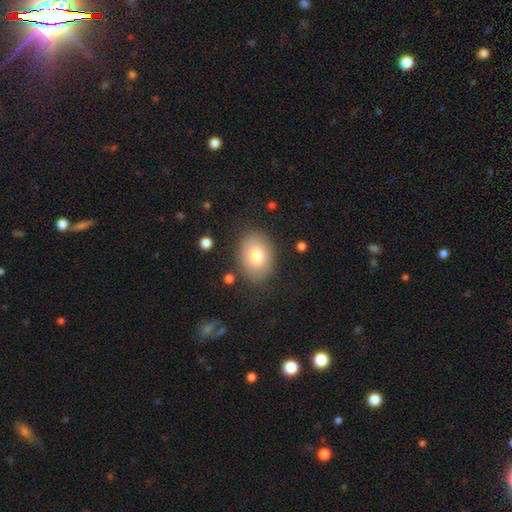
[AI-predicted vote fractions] Q: Smooth or featured?
A: smooth (77%); runner-up: featured or disk (15%)
Q: How rounded?
A: in between (76%); runner-up: round (23%)
Q: Merging?
A: none (82%); runner-up: minor disturbance (13%)